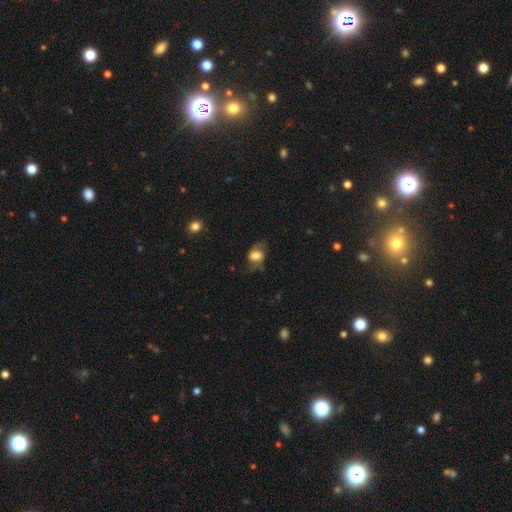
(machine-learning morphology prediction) Q: Smooth or featured?
A: smooth (59%); runner-up: featured or disk (32%)
Q: How rounded?
A: in between (64%); runner-up: round (34%)
Q: Merging?
A: none (59%); runner-up: minor disturbance (24%)